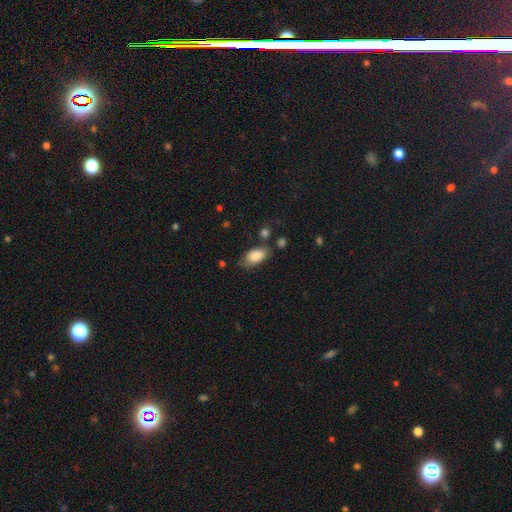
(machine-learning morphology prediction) Smooth or featured? Predicted: smooth (p=0.85). How rounded? Predicted: in between (p=0.92). Merging? Predicted: none (p=0.68).